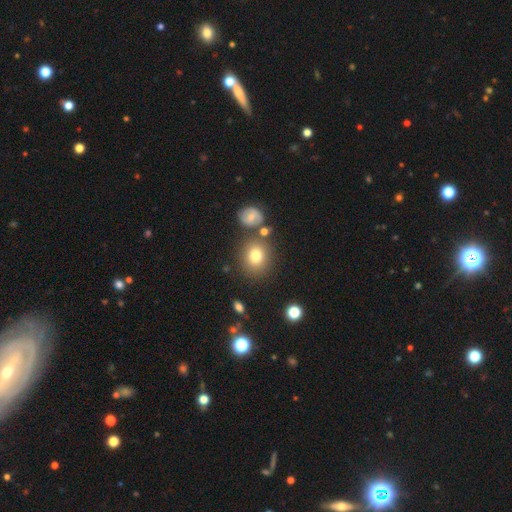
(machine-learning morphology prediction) smooth_or_featured: smooth (p=0.78) [alt: star or artifact p=0.12]
how_rounded: round (p=0.78) [alt: in between p=0.21]
merging: none (p=0.76) [alt: minor disturbance p=0.11]